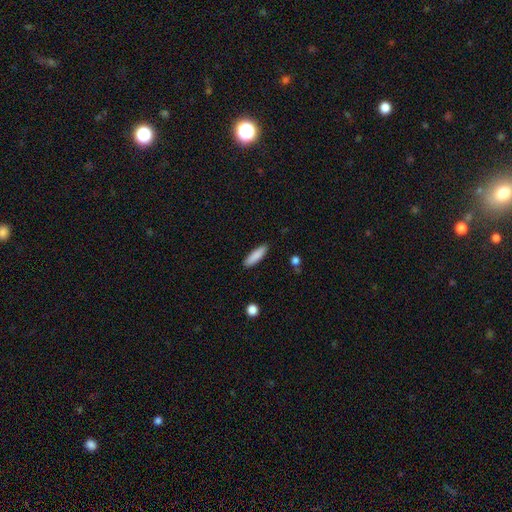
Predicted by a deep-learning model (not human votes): This is clearly a smooth galaxy (87%). How rounded: likely cigar-shaped (63%). Merging: clearly none (88%).